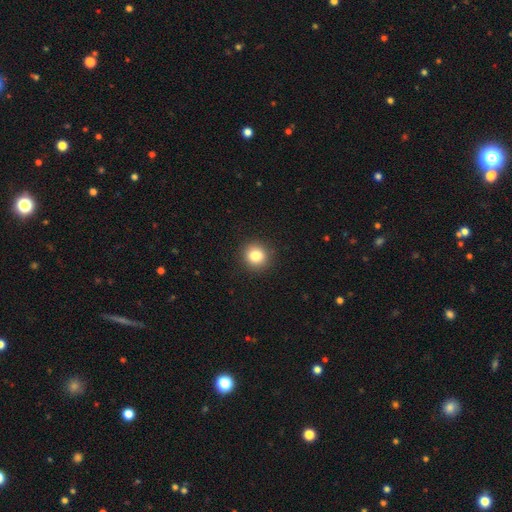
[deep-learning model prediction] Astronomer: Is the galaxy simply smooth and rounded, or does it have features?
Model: smooth — 83%.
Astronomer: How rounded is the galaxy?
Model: round — 88%.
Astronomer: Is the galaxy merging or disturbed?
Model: none — 91%.